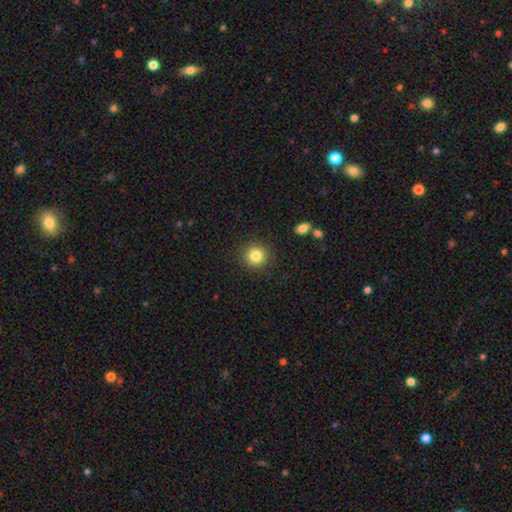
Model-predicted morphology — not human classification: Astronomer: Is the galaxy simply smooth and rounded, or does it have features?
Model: smooth — 83%.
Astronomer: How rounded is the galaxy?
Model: round — 93%.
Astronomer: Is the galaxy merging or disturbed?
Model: none — 90%.